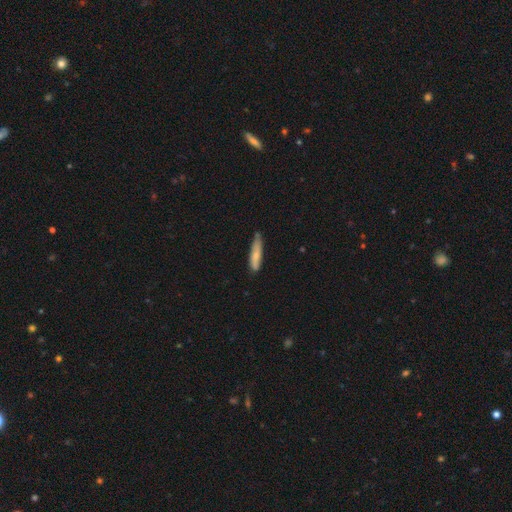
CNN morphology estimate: This appears to be a smooth galaxy with no disk features (74%) that is cigar-shaped (83%). Merging: none (65%).